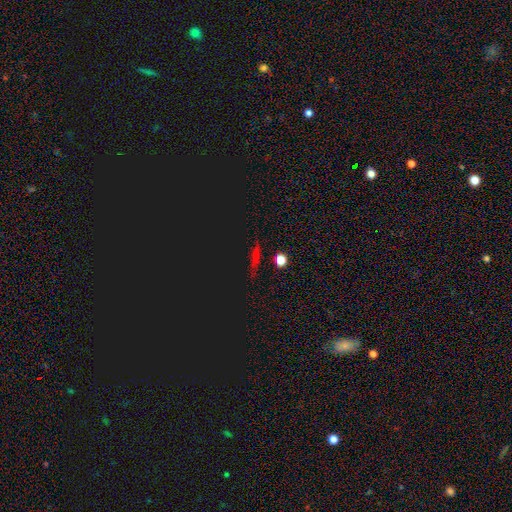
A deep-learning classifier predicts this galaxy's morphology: type=star or artifact (49%).